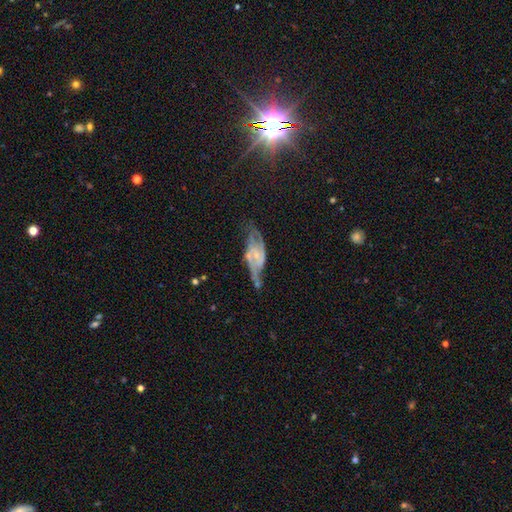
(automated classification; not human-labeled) featured or disk 77%, smooth 14%, star or artifact 9%. Down the decision tree: edge-on disk — no (90%); bar — no (52%); spiral arms — yes (87%); spiral arm count — 2 (83%); spiral winding — medium (42%); bulge size — small (64%); merging — none (43%).